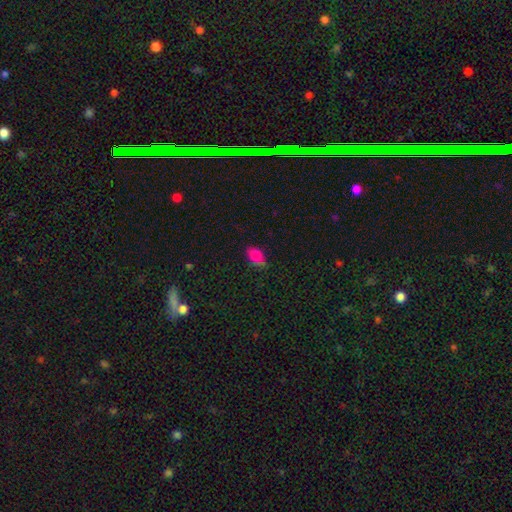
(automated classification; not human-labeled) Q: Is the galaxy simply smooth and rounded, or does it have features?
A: smooth — 80%.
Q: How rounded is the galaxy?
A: in between — 86%.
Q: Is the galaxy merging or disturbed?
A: none — 68%.